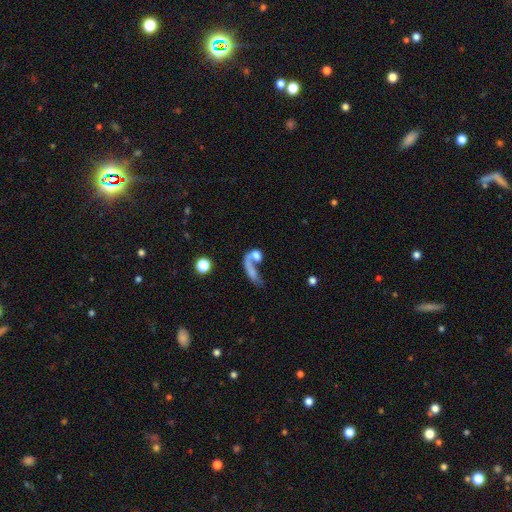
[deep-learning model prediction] smooth 56%, featured or disk 33%, star or artifact 11%. Down the decision tree: how rounded — in between (49%); merging — merger (47%).